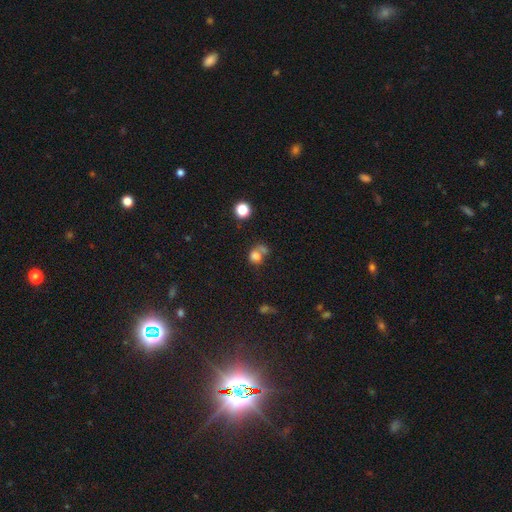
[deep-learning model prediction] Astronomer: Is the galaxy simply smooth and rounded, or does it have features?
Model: smooth — 74%.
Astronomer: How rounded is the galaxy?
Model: round — 63%.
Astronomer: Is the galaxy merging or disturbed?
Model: merger — 38% (runner-up: none, 34%).